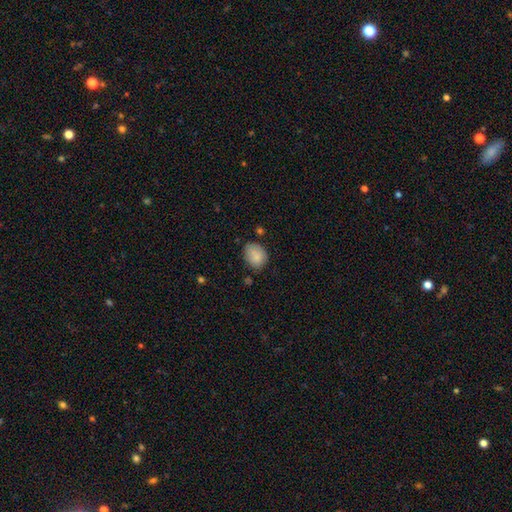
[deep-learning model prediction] Smooth or featured? smooth (86%)
How rounded? in between (51%)
Merging? none (69%)